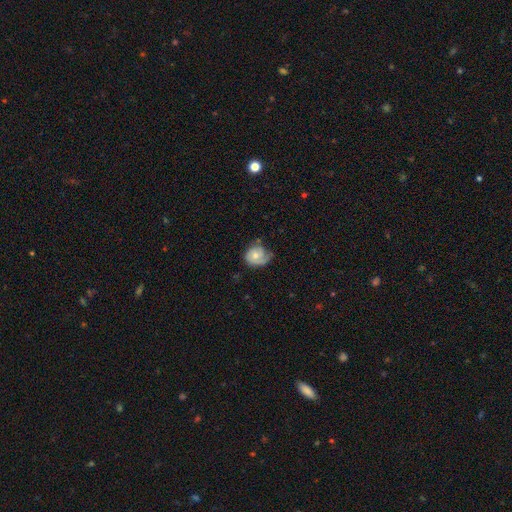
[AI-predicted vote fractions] Smooth or featured? Predicted: featured or disk (p=0.49). Merging? Predicted: none (p=0.44).